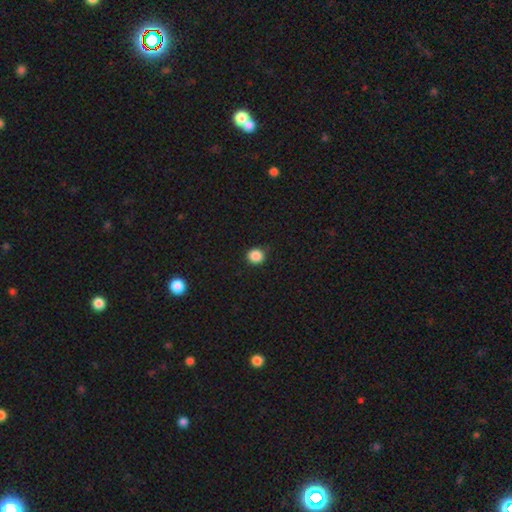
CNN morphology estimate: type=smooth (87%); roundness=round (90%); merging=none (90%).